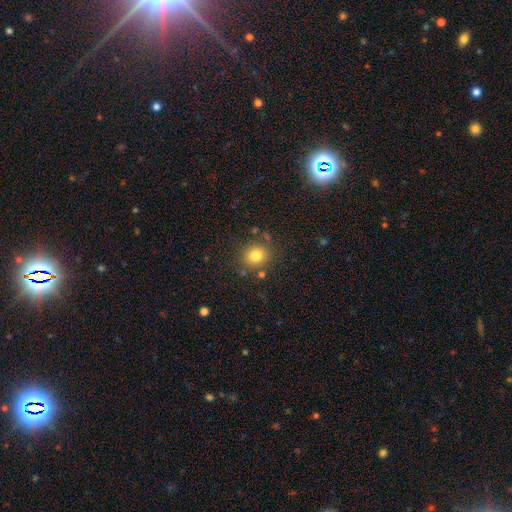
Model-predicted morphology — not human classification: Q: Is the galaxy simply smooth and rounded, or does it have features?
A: smooth — 80%.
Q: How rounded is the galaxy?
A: round — 80%.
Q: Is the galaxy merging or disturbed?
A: none — 79%.